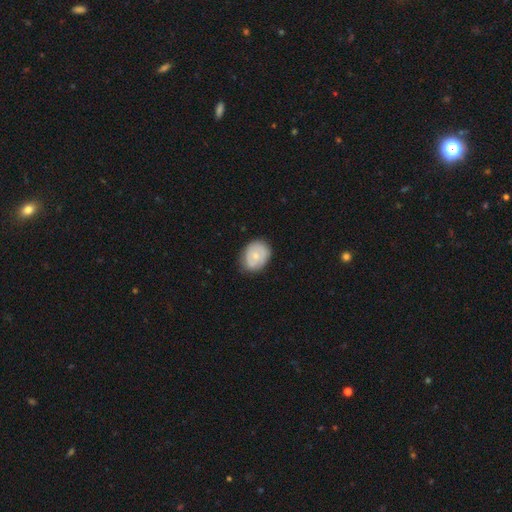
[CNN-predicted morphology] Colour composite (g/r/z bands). It shows a smooth galaxy with no disk features (59%) that is in between round and cigar-shaped (52%). Merging: none (75%).